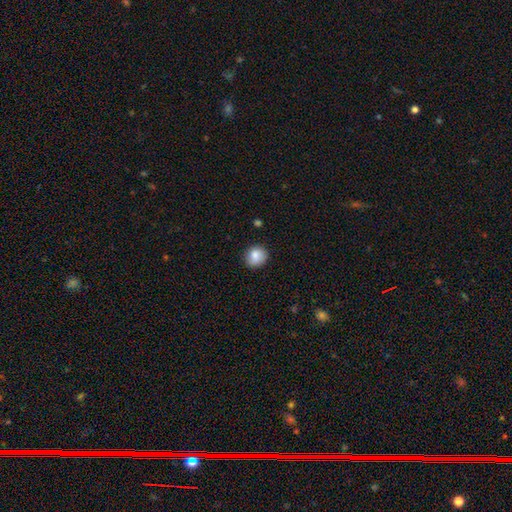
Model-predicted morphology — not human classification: Smooth or featured?
  - smooth: 86% *
  - star or artifact: 8%
  - featured or disk: 6%
How rounded?
  - round: 82% *
  - in between: 17%
  - cigar-shaped: 1%
Merging?
  - none: 84% *
  - minor disturbance: 12%
  - major disturbance: 2%
  - merger: 1%